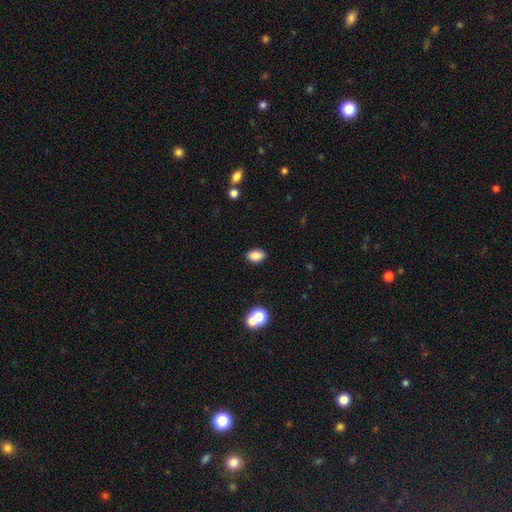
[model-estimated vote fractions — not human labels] A smooth galaxy with no disk features (86%) that is in between round and cigar-shaped (86%).

Vote fractions:
- Smooth or featured? smooth: 86% / star or artifact: 9% / featured or disk: 5%
- How rounded? in between: 86% / round: 13% / cigar-shaped: 1%
- Merging? none: 89% / minor disturbance: 8% / major disturbance: 2% / merger: 2%